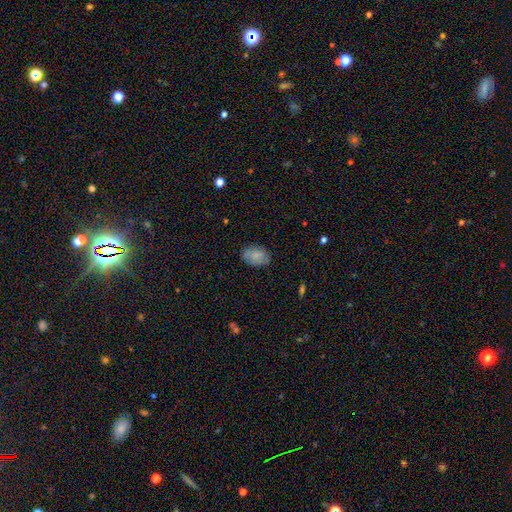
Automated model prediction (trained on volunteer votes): Smooth or featured? smooth (79%)
How rounded? in between (86%)
Merging? none (79%)